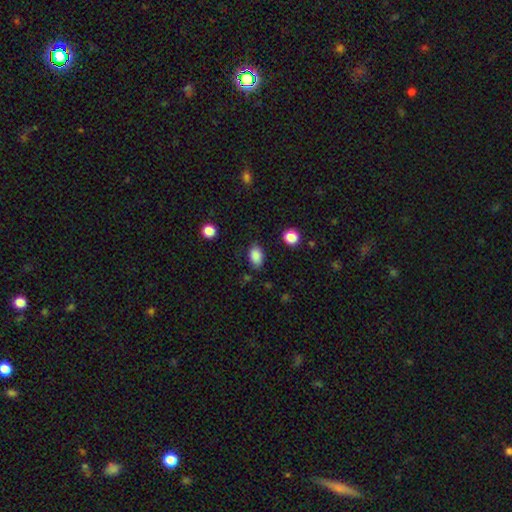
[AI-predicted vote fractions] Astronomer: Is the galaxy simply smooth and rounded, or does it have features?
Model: smooth — 87%.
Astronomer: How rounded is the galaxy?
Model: in between — 86%.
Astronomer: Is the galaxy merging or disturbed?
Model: none — 80%.